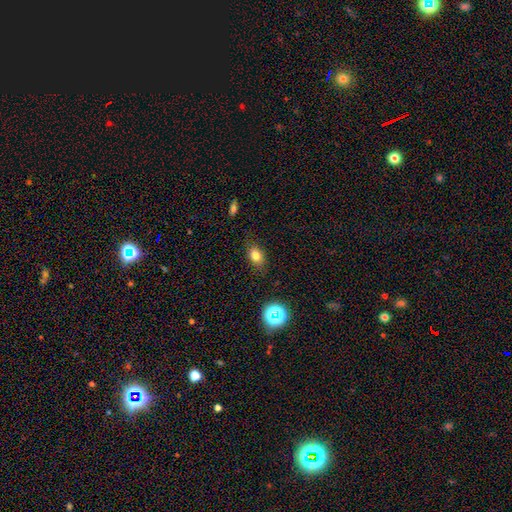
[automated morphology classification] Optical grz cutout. It shows a smooth galaxy with no disk features (78%) that is in between round and cigar-shaped (74%). Merging: none (82%).